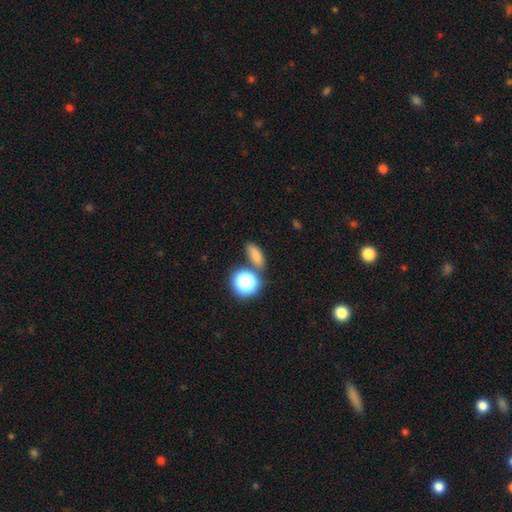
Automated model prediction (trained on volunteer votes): This appears to be a smooth galaxy with no disk features (72%) that is in between round and cigar-shaped (61%). Merging: none (69%).